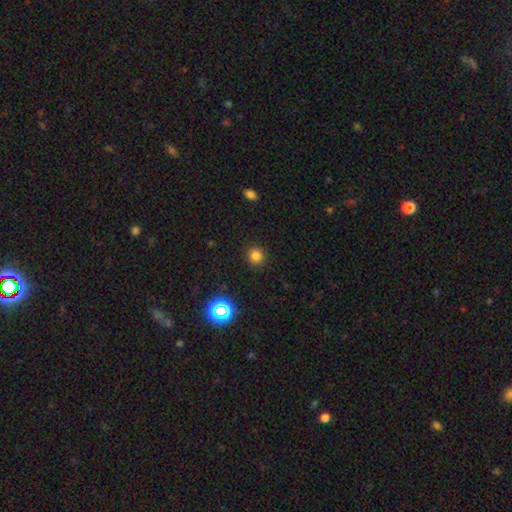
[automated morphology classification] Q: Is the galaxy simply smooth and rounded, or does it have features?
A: smooth — 79%.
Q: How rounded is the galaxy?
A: round — 91%.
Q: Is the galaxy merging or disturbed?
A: none — 90%.